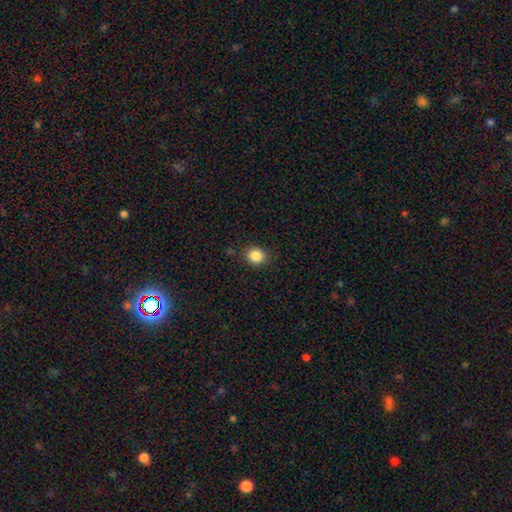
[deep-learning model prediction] Q: Smooth or featured?
A: smooth (86%); runner-up: star or artifact (10%)
Q: How rounded?
A: round (76%); runner-up: in between (23%)
Q: Merging?
A: none (87%); runner-up: minor disturbance (9%)